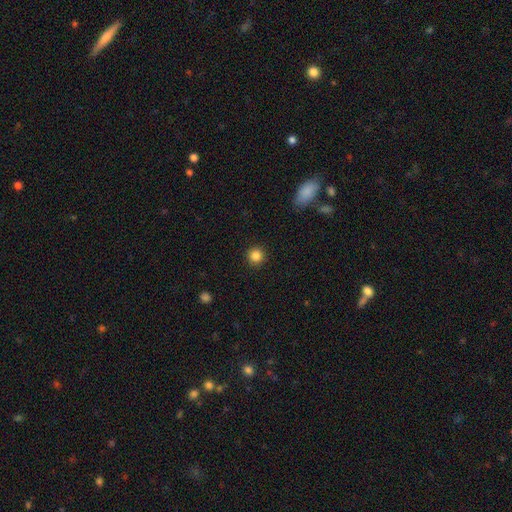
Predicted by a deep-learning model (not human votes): A smooth galaxy with no disk features (85%) that is round (95%). Merging: none (92%).